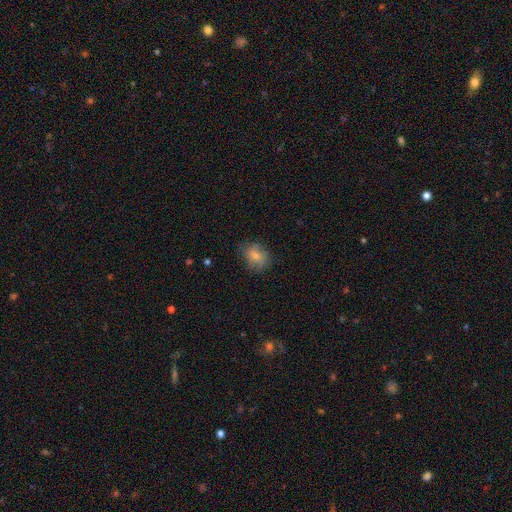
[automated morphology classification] This is likely a smooth galaxy (76%). How rounded: possibly in between (57%). Merging: likely none (69%).